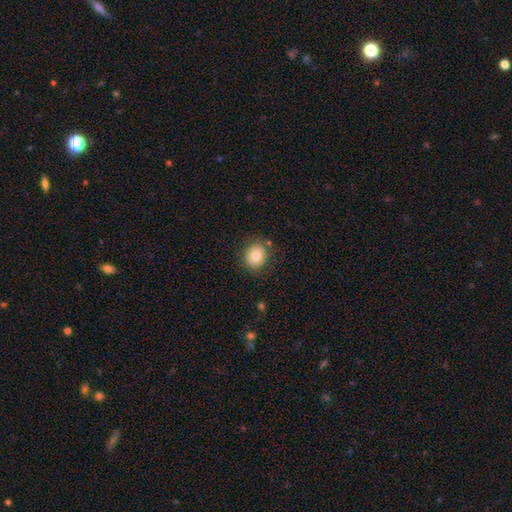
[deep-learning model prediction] This is clearly a smooth galaxy (80%). How rounded: likely round (74%). Merging: clearly none (84%).